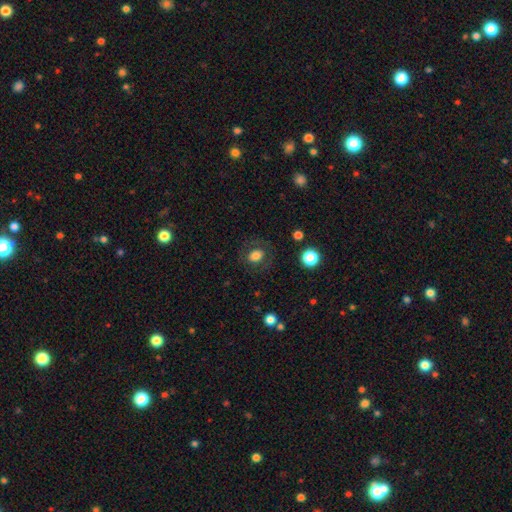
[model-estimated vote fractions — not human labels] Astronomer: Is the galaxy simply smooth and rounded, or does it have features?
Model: smooth — 74%.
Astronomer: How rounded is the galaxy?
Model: in between — 50% (runner-up: round, 49%).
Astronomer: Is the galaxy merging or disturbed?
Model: none — 78%.